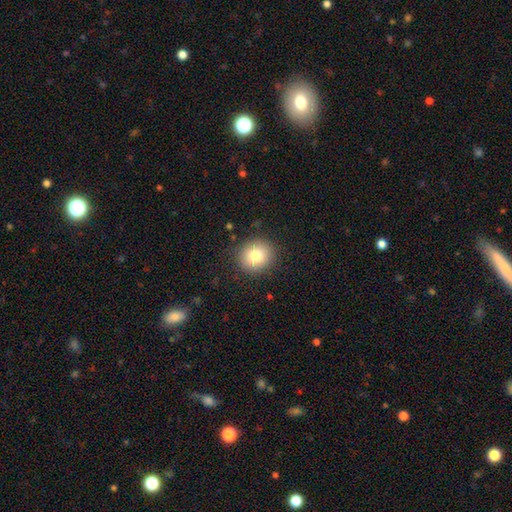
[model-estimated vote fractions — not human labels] smooth-or-featured: smooth: 82% | star or artifact: 9% | featured or disk: 9%
  how-rounded: round: 79% | in between: 20% | cigar-shaped: 1%
  merging: none: 88% | minor disturbance: 8% | major disturbance: 3% | merger: 1%